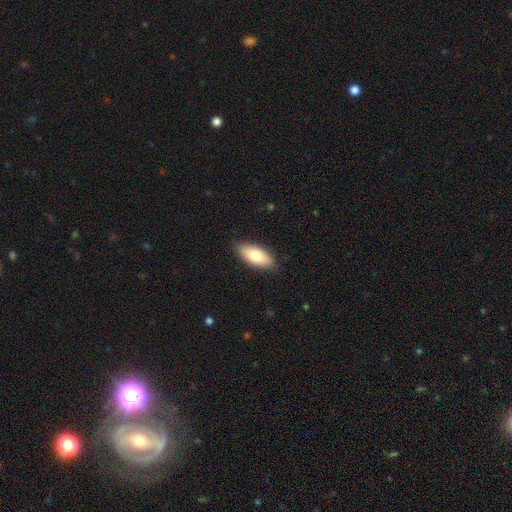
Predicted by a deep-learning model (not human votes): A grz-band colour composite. It shows a smooth galaxy with no disk features (77%) that is in between round and cigar-shaped (85%). Merging: none (87%).